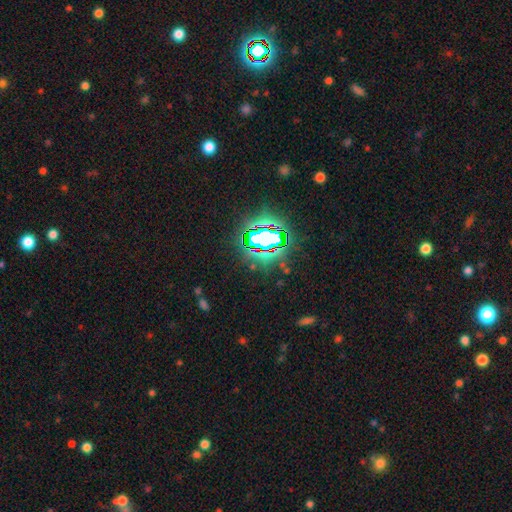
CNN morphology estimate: Smooth or featured? Predicted: star or artifact (p=0.82).